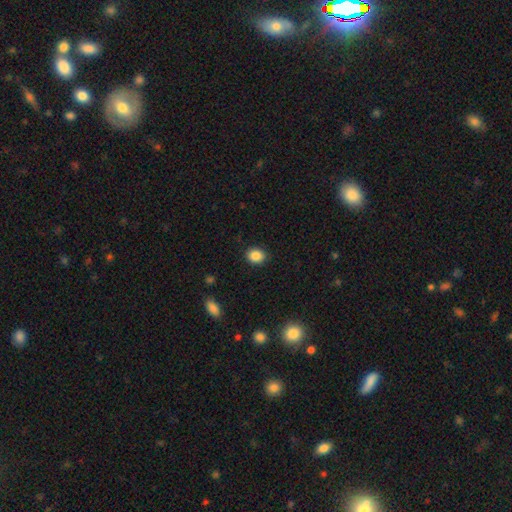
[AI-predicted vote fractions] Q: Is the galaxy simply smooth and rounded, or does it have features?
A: smooth — 87%.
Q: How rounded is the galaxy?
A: round — 56%.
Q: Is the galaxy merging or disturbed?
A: none — 89%.